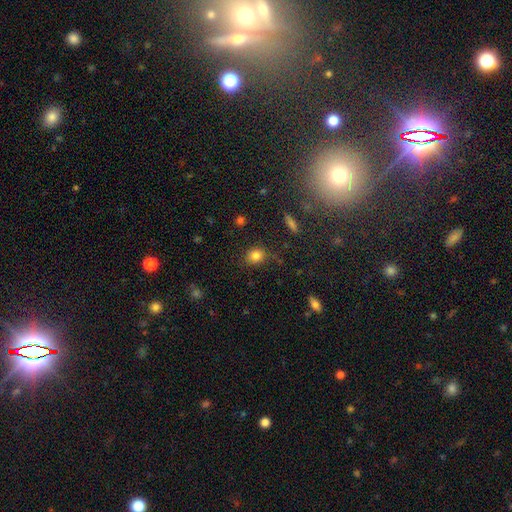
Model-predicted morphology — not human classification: smooth-or-featured: smooth: 82% | star or artifact: 11% | featured or disk: 7%
  how-rounded: round: 60% | in between: 39% | cigar-shaped: 1%
  merging: none: 80% | minor disturbance: 14% | major disturbance: 4% | merger: 2%